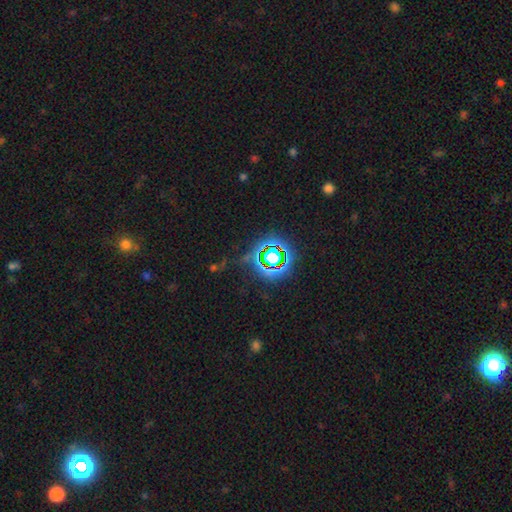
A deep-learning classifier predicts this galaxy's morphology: Q: Smooth or featured?
A: star or artifact (71%); runner-up: smooth (20%)